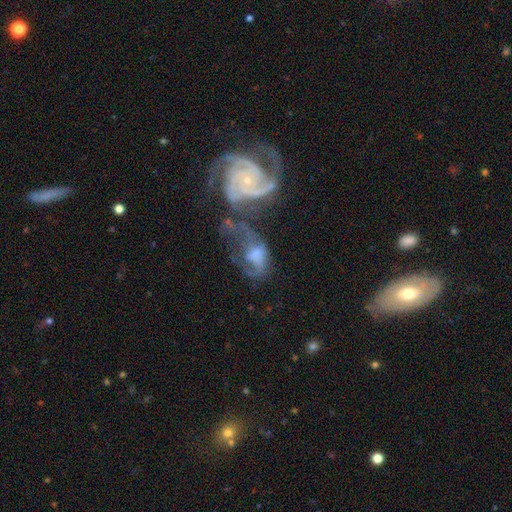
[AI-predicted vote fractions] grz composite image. It shows a featured or disk galaxy (73%) with no bar (71%), 2 (39%) medium (40%) spiral arms (83%) and a small central bulge (51%). Merging: merger (50%).